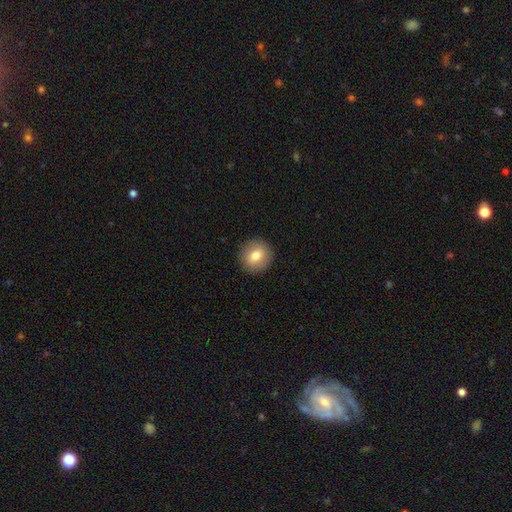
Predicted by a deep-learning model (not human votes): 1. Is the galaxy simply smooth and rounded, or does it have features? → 76% smooth, 16% featured or disk, 8% star or artifact.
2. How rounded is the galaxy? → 88% round, 11% in between, 1% cigar-shaped.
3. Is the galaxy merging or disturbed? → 91% none, 6% minor disturbance, 2% major disturbance, 1% merger.